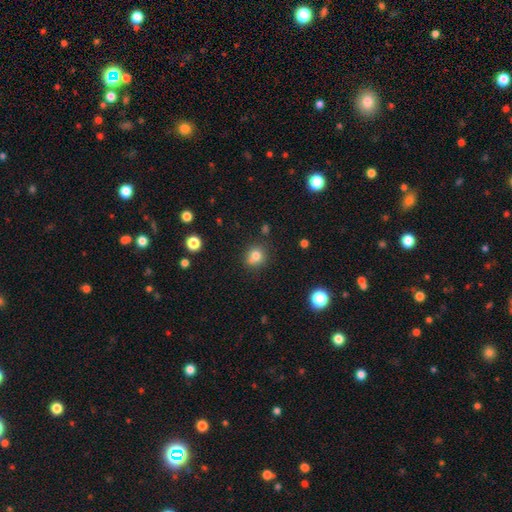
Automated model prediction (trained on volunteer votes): Q: Smooth or featured?
A: smooth (78%); runner-up: star or artifact (13%)
Q: How rounded?
A: round (83%); runner-up: in between (16%)
Q: Merging?
A: none (70%); runner-up: minor disturbance (14%)